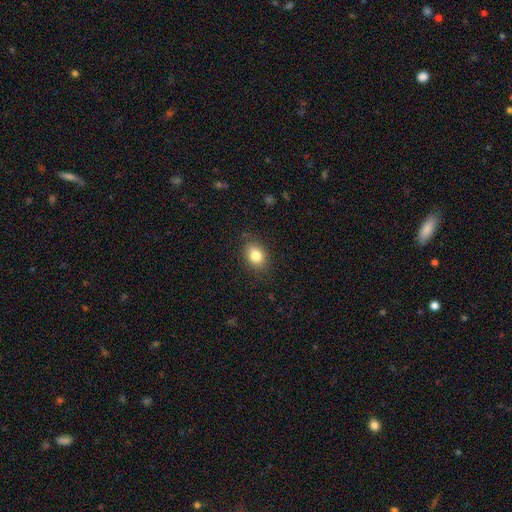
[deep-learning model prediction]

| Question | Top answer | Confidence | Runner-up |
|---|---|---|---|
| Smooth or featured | smooth | 81% | star or artifact (10%) |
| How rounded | in between | 66% | round (32%) |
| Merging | none | 82% | minor disturbance (14%) |